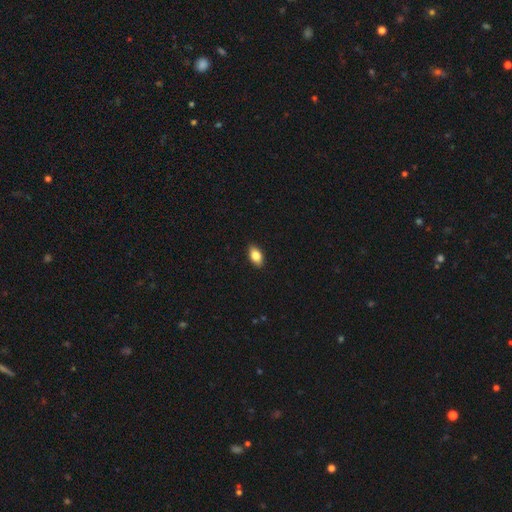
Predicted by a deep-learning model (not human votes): A smooth galaxy with no disk features (82%) that is in between round and cigar-shaped (90%).

Vote fractions:
- Smooth or featured? smooth: 82% / featured or disk: 11% / star or artifact: 7%
- How rounded? in between: 90% / round: 6% / cigar-shaped: 4%
- Merging? none: 90% / minor disturbance: 8% / major disturbance: 2% / merger: 1%